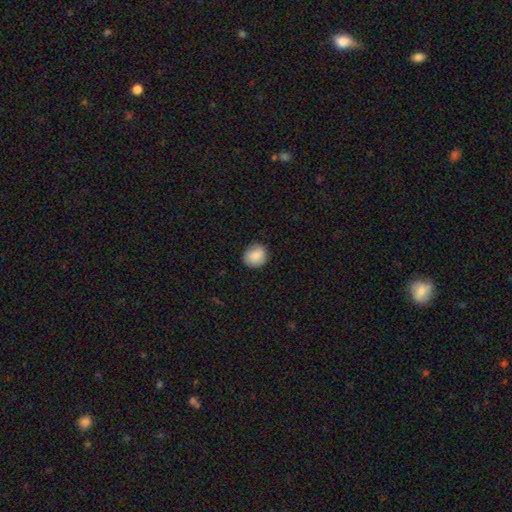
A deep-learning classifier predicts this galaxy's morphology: Smooth or featured: smooth — 88% (star or artifact — 7%)
How rounded: round — 85% (in between — 14%)
Merging: none — 86% (minor disturbance — 11%)